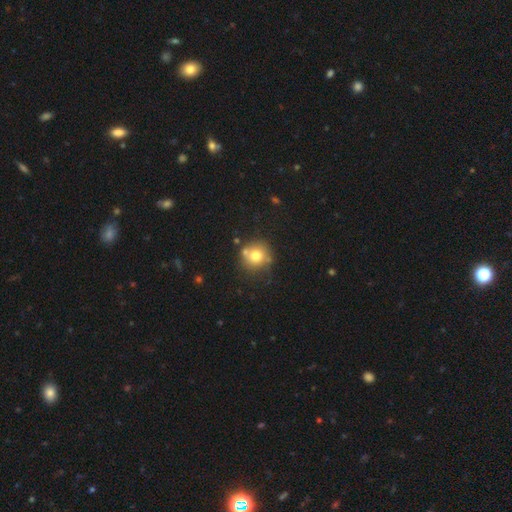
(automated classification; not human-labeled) A smooth galaxy with no disk features (72%) that is round (90%). Merging: none (70%).